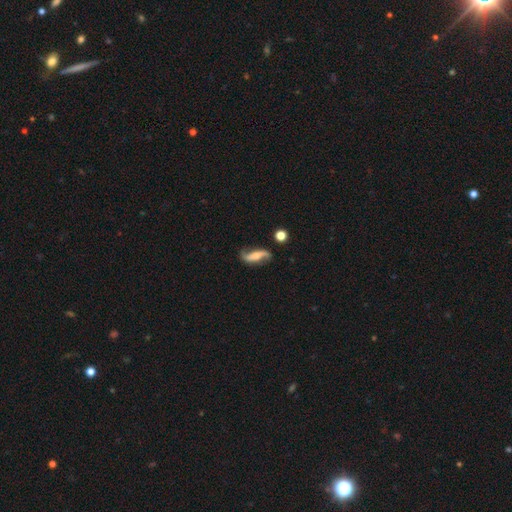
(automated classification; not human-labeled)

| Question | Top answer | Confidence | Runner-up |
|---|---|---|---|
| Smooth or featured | featured or disk | 76% | smooth (18%) |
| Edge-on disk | no | 87% | yes (13%) |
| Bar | no | 39% | strong (31%) |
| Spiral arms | yes | 93% | no (7%) |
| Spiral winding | loose | 82% | medium (13%) |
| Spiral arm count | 2 | 92% | can't tell (3%) |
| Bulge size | moderate | 42% | small (39%) |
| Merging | none | 75% | minor disturbance (16%) |